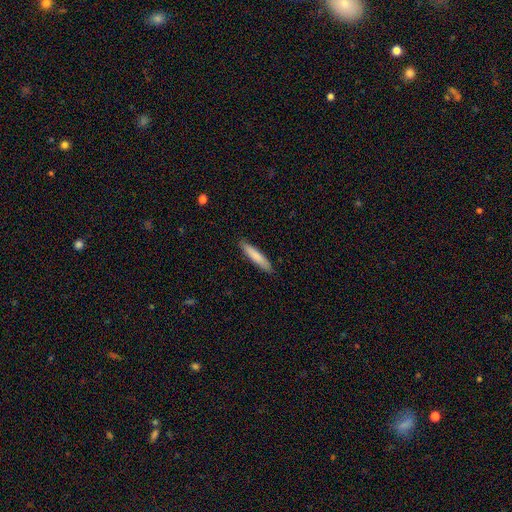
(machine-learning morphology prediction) This is clearly a smooth galaxy (82%). How rounded: clearly cigar-shaped (89%). Merging: clearly none (89%).